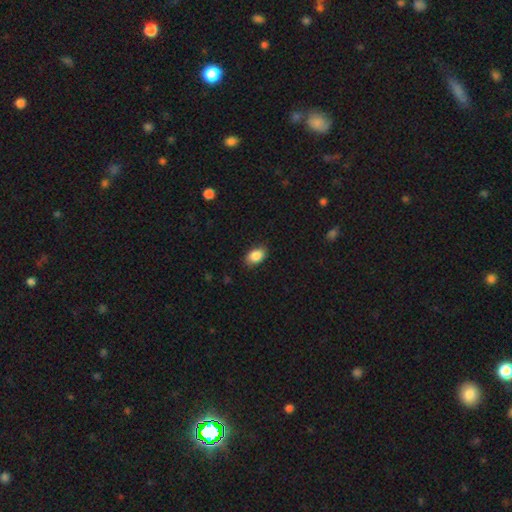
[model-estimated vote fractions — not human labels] Smooth or featured? Predicted: smooth (p=0.87). How rounded? Predicted: in between (p=0.87). Merging? Predicted: none (p=0.85).